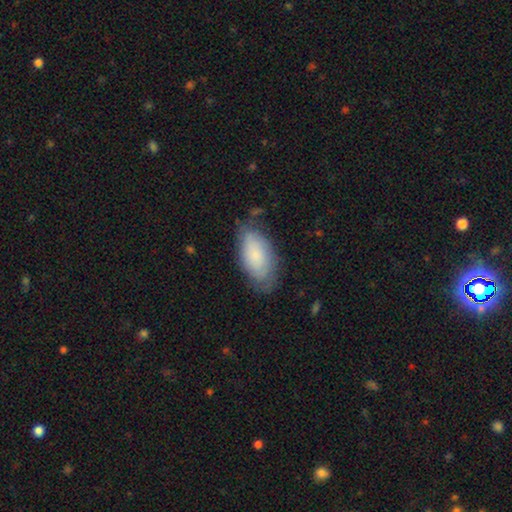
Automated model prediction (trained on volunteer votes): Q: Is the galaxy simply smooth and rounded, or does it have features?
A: smooth — 72%.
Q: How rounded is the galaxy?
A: in between — 93%.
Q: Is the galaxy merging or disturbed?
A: none — 65%.